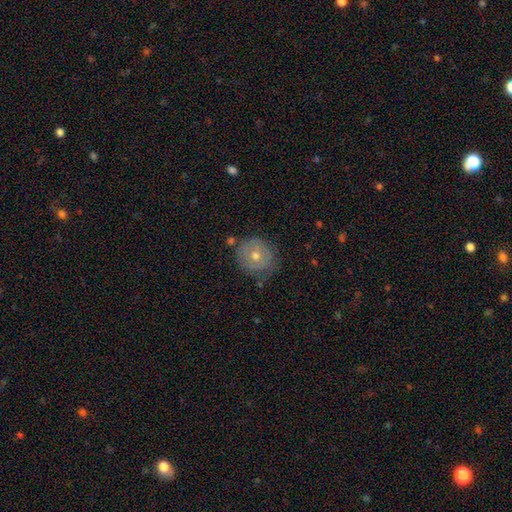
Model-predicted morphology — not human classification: Smooth or featured? smooth (48%)
Merging? none (77%)